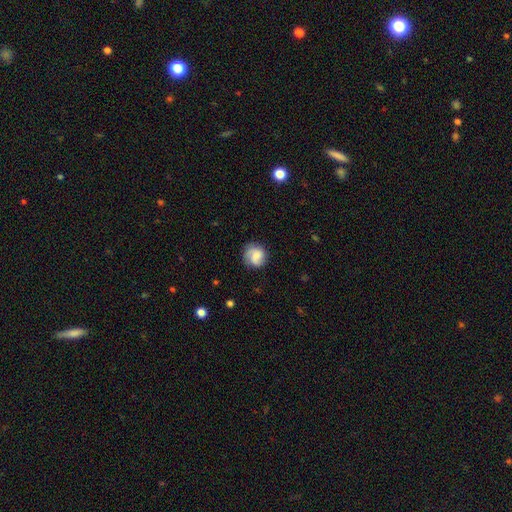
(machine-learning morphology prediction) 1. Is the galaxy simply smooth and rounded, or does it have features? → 56% smooth, 36% featured or disk, 8% star or artifact.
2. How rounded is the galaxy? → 83% round, 16% in between, 1% cigar-shaped.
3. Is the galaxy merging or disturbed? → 71% none, 19% minor disturbance, 8% major disturbance, 1% merger.